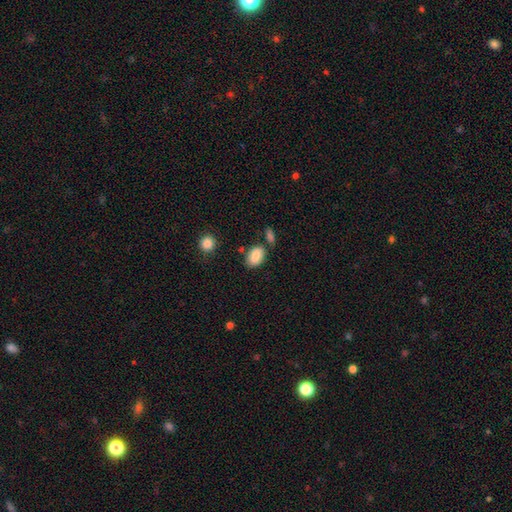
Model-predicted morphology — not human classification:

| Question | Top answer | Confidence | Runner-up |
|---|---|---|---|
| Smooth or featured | smooth | 85% | star or artifact (8%) |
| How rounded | in between | 87% | round (11%) |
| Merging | none | 67% | minor disturbance (16%) |